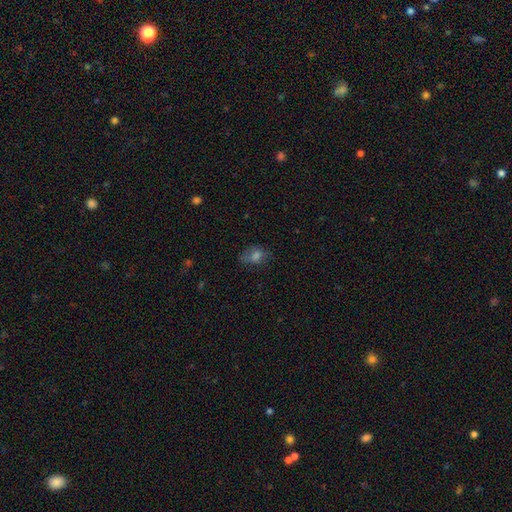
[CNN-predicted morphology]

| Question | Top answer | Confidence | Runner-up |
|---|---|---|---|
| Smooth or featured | smooth | 67% | star or artifact (18%) |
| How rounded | in between | 72% | round (25%) |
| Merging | none | 57% | minor disturbance (27%) |